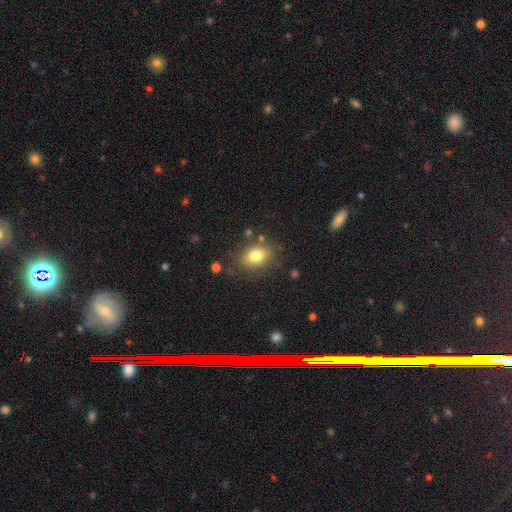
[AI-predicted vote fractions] smooth-or-featured: smooth: 79% | featured or disk: 10% | star or artifact: 10%
  how-rounded: in between: 67% | round: 32% | cigar-shaped: 1%
  merging: none: 80% | minor disturbance: 13% | major disturbance: 4% | merger: 3%